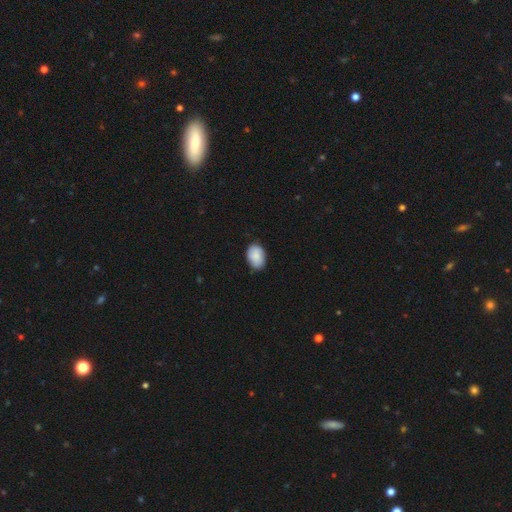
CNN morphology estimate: smooth_or_featured: smooth (p=0.86) [alt: featured or disk p=0.08]
how_rounded: in between (p=0.82) [alt: round p=0.17]
merging: none (p=0.81) [alt: minor disturbance p=0.16]